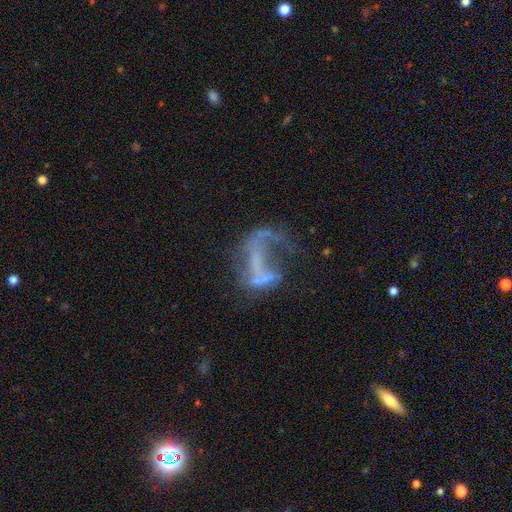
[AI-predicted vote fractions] Smooth or featured?
  - featured or disk: 65% *
  - smooth: 20%
  - star or artifact: 15%
Edge-on disk?
  - no: 96% *
  - yes: 4%
Bar?
  - no: 63% *
  - weak: 22%
  - strong: 15%
Spiral arms?
  - no: 65% *
  - yes: 35%
Bulge size?
  - none: 71% *
  - small: 17%
  - moderate: 9%
  - large: 2%
  - dominant: 1%
Merging?
  - major disturbance: 47% *
  - none: 26%
  - merger: 15%
  - minor disturbance: 12%